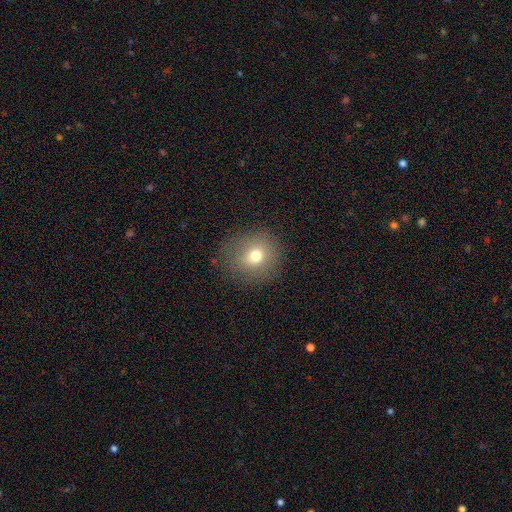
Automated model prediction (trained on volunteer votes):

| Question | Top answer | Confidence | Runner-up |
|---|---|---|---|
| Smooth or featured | smooth | 72% | featured or disk (15%) |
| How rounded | round | 82% | in between (17%) |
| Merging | none | 83% | minor disturbance (11%) |